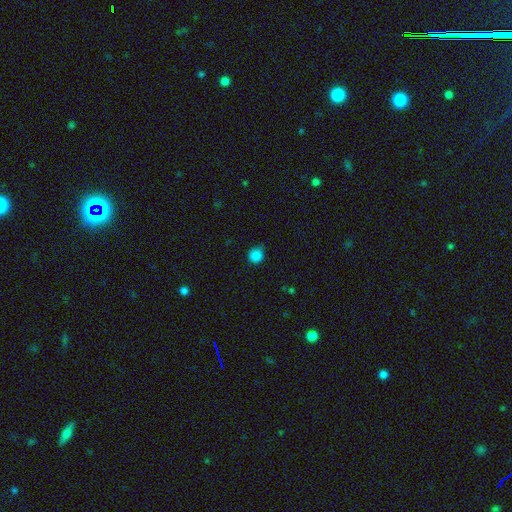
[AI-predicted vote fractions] Smooth or featured: smooth — 85% (star or artifact — 12%)
How rounded: round — 87% (in between — 12%)
Merging: none — 76% (minor disturbance — 19%)